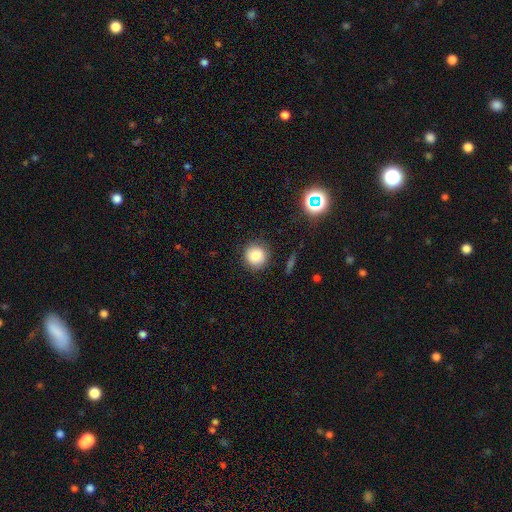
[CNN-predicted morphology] A smooth galaxy with no disk features (83%) that is round (92%). Merging: none (87%).